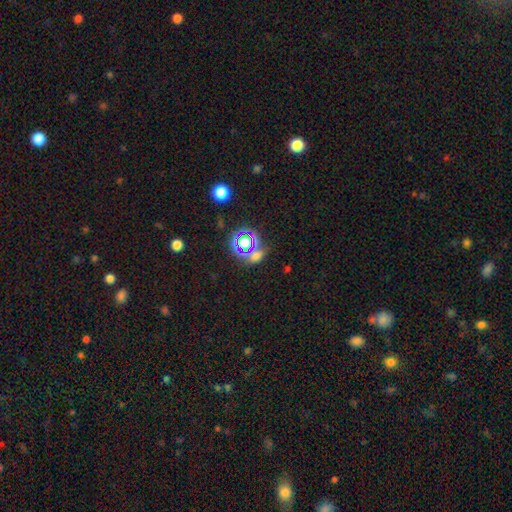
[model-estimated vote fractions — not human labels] Morphology: type=star or artifact (50%).